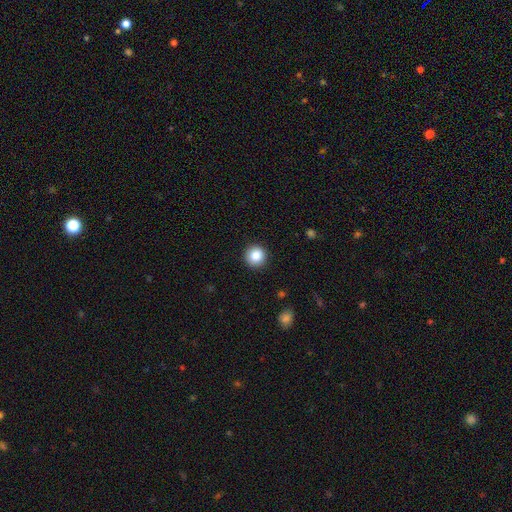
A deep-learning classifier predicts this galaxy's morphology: The model was most divided on "smooth or featured": smooth: 85%, star or artifact: 10%, featured or disk: 5%. More confident: how rounded — round (95%); merging — none (92%).